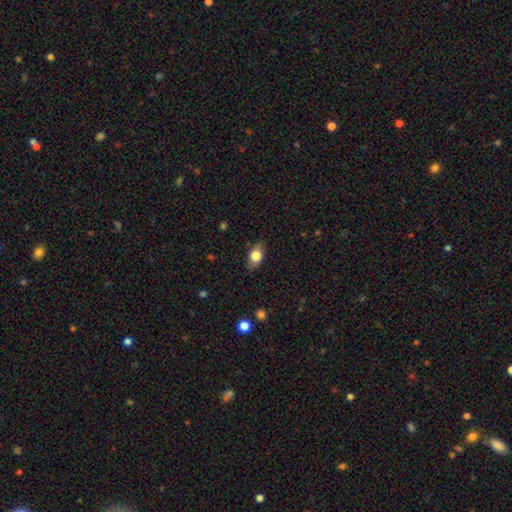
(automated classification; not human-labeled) This appears to be a smooth galaxy with no disk features (77%) that is in between round and cigar-shaped (83%). Merging: none (81%).